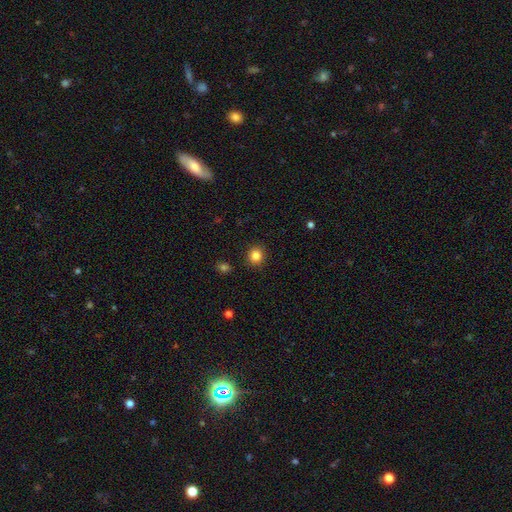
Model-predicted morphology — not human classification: smooth-or-featured: smooth: 84% | star or artifact: 11% | featured or disk: 5%
  how-rounded: round: 86% | in between: 13% | cigar-shaped: 1%
  merging: none: 91% | minor disturbance: 6% | major disturbance: 2% | merger: 1%